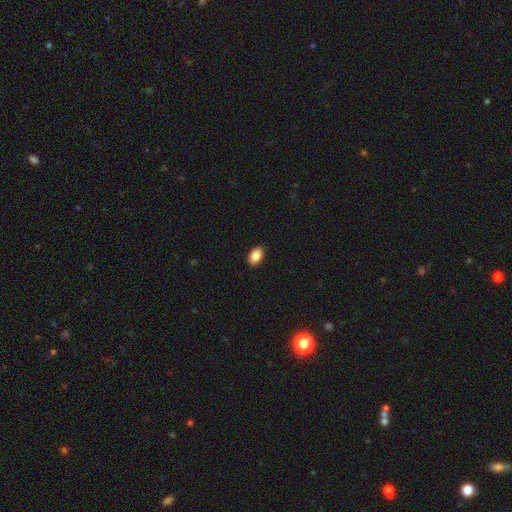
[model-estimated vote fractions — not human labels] This is clearly a smooth galaxy (87%). How rounded: clearly in between (90%). Merging: clearly none (89%).